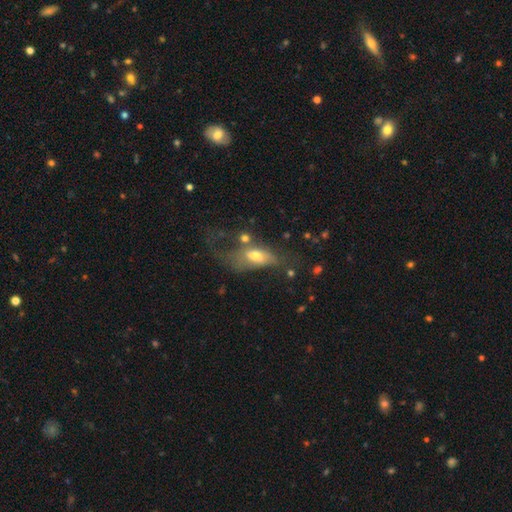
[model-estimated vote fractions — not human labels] Overall: smooth (55%; featured or disk 35%). How rounded: in between (79%). Merging: major disturbance (50%; none 19%).